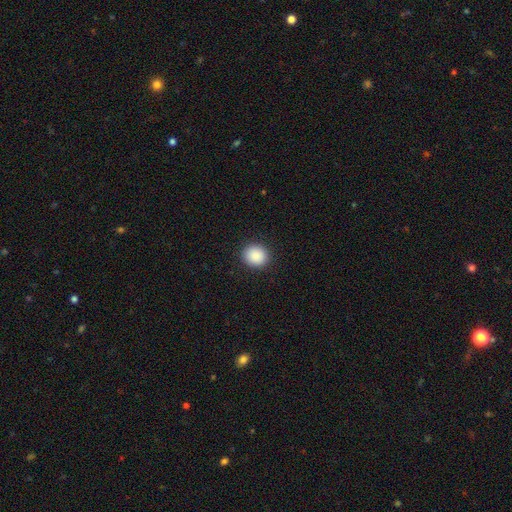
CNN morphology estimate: Smooth or featured? smooth (88%)
How rounded? round (81%)
Merging? none (91%)